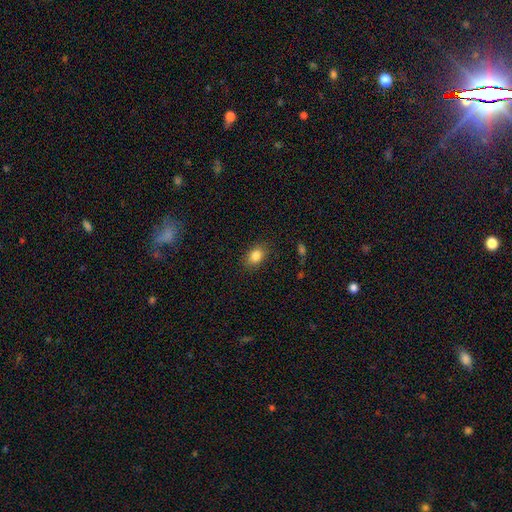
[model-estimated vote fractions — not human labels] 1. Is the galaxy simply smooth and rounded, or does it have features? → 85% smooth, 9% star or artifact, 6% featured or disk.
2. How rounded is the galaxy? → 75% in between, 24% round, 1% cigar-shaped.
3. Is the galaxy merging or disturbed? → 85% none, 11% minor disturbance, 3% major disturbance, 1% merger.